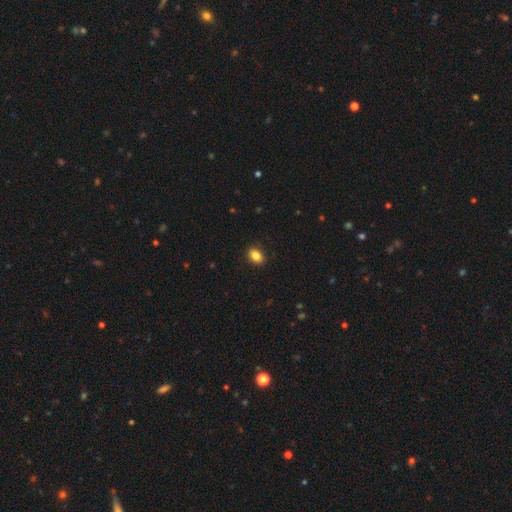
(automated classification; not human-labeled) Smooth or featured: smooth — 85% (star or artifact — 9%)
How rounded: in between — 73% (round — 26%)
Merging: none — 89% (minor disturbance — 8%)